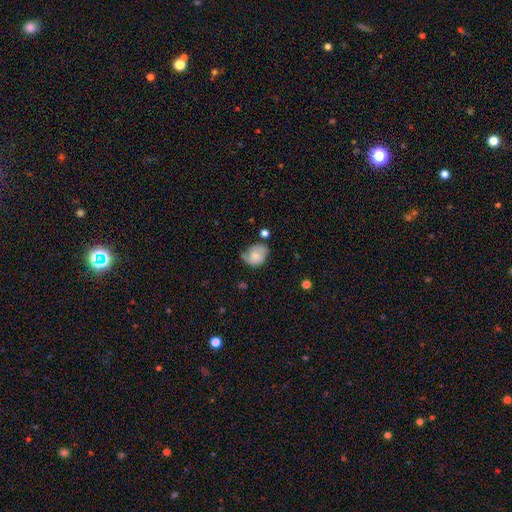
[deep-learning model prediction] The model was most divided on "merging": none: 44%, minor disturbance: 38%, major disturbance: 13%, merger: 5%. More confident: smooth or featured — smooth (67%); how rounded — in between (57%).